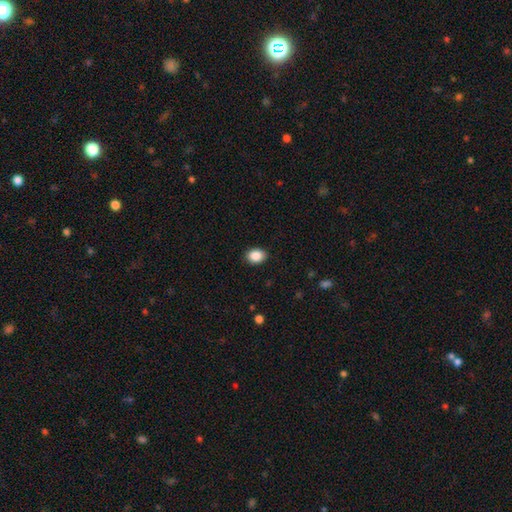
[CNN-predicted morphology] Smooth or featured? Predicted: smooth (p=0.88). How rounded? Predicted: in between (p=0.61). Merging? Predicted: none (p=0.88).